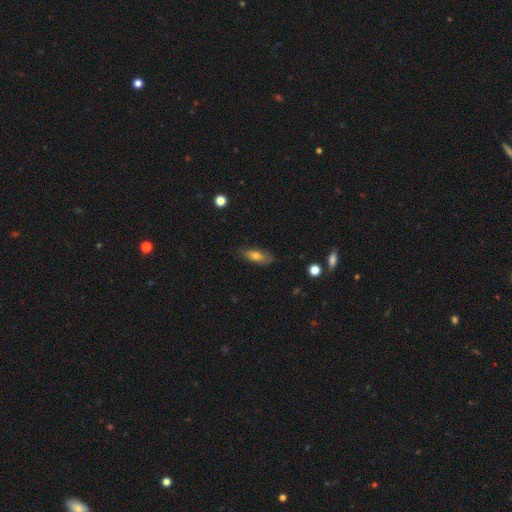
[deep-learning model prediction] This is likely a smooth galaxy (69%). How rounded: likely in between (68%). Merging: likely none (79%).